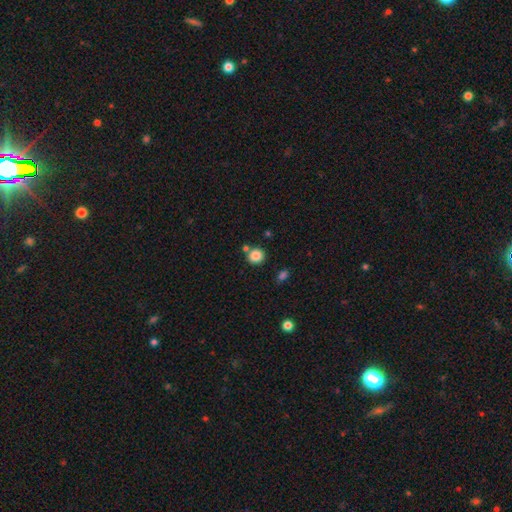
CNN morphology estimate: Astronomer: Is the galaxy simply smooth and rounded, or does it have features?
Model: smooth — 86%.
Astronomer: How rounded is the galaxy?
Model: round — 89%.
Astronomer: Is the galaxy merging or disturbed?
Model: none — 76%.